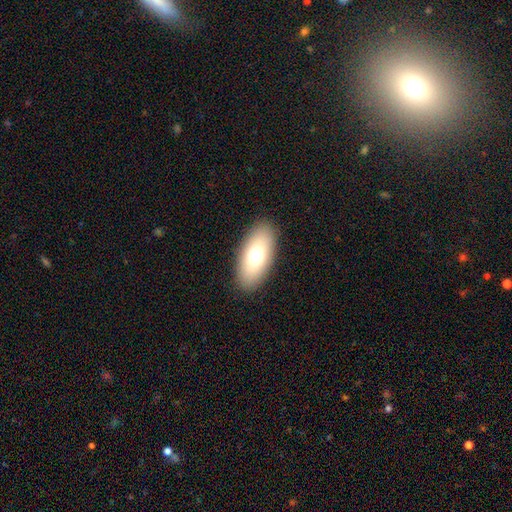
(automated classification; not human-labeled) smooth 71%, featured or disk 20%, star or artifact 9%. Down the decision tree: how rounded — in between (90%); merging — none (88%).